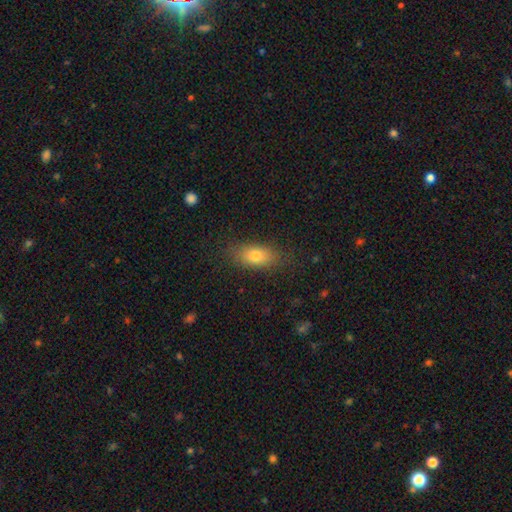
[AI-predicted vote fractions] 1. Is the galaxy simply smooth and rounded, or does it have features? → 77% smooth, 14% featured or disk, 9% star or artifact.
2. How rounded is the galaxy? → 82% in between, 10% cigar-shaped, 8% round.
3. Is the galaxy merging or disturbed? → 81% none, 14% minor disturbance, 4% major disturbance, 1% merger.